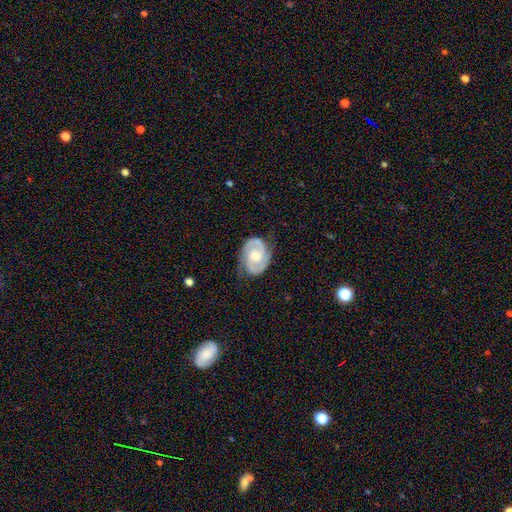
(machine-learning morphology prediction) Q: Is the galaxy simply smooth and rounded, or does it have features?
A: featured or disk — 85%.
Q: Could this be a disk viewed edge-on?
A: no — 98%.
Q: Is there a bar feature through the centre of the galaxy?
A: no — 57%.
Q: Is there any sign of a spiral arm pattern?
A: yes — 96%.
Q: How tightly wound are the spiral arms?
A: medium — 49%.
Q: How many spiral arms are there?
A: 2 — 91%.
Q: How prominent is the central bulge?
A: moderate — 61%.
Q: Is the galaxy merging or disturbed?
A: none — 75%.